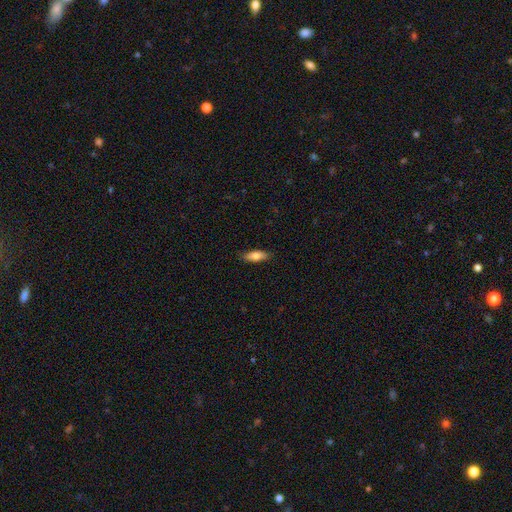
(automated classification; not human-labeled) A smooth galaxy with no disk features (77%) that is in between round and cigar-shaped (66%).

Vote fractions:
- Smooth or featured? smooth: 77% / featured or disk: 17% / star or artifact: 6%
- How rounded? in between: 66% / cigar-shaped: 31% / round: 2%
- Merging? none: 87% / minor disturbance: 10% / major disturbance: 2% / merger: 1%